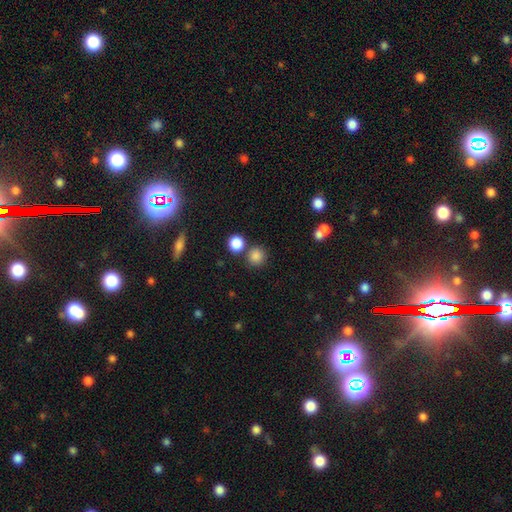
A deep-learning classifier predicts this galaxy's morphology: Overall: smooth (83%). How rounded: round (89%). Merging: none (74%).